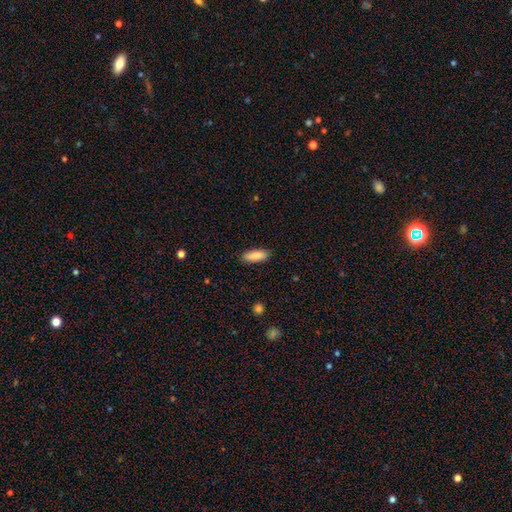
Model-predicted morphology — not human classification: A smooth galaxy with no disk features (88%) that is in between round and cigar-shaped (61%). Merging: none (89%).